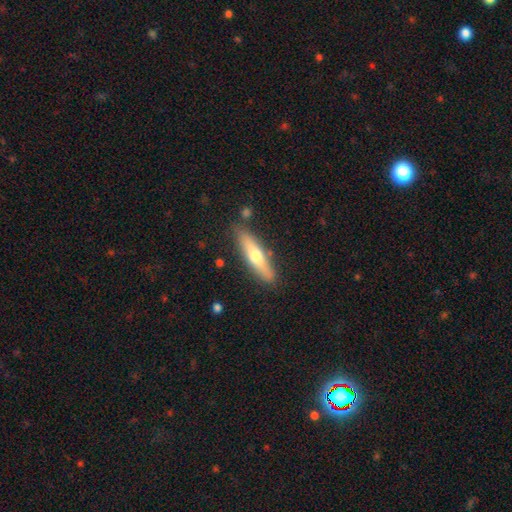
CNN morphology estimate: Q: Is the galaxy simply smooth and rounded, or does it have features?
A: smooth — 53%.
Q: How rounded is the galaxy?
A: cigar-shaped — 77%.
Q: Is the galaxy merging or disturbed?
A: none — 83%.